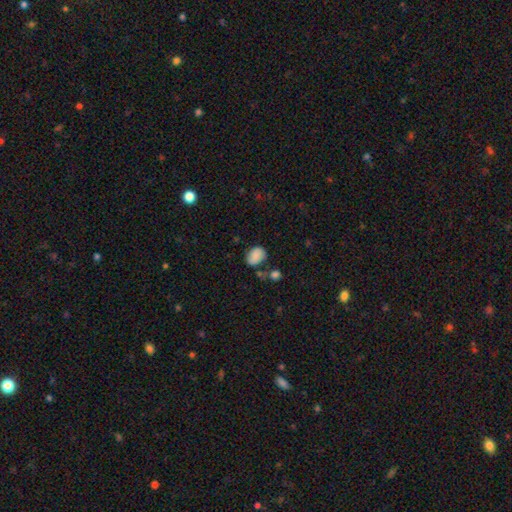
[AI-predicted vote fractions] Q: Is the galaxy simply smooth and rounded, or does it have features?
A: smooth — 82%.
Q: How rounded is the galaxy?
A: in between — 71%.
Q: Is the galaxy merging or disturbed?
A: none — 59%.